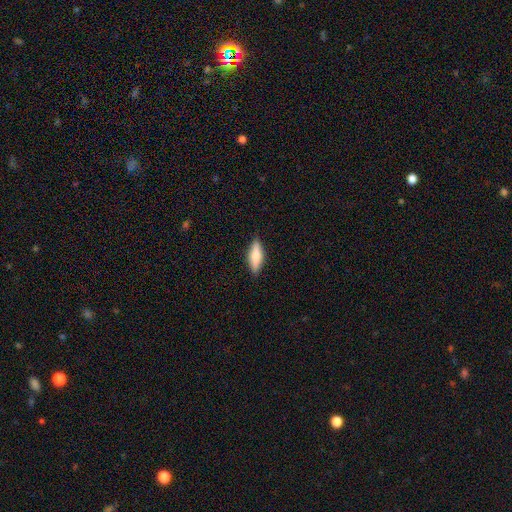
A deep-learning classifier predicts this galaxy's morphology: This is likely a smooth galaxy (64%). How rounded: possibly cigar-shaped (50%). Merging: clearly none (87%).